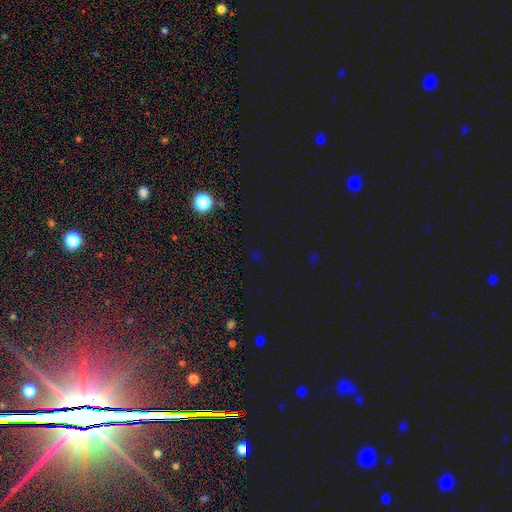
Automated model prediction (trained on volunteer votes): This appears to be a star or artifact, not a galaxy (73%).